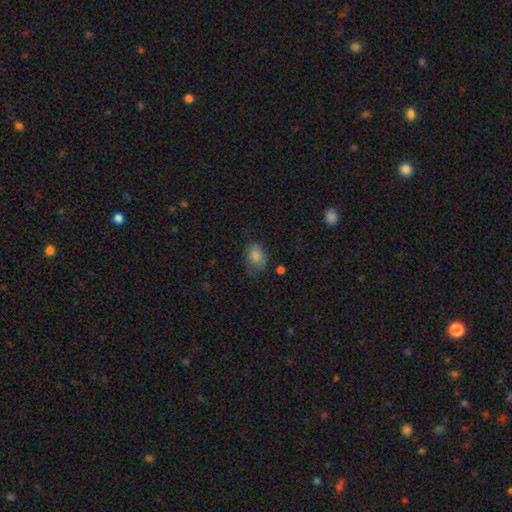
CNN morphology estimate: This appears to be a smooth galaxy with no disk features (79%) that is in between round and cigar-shaped (61%). Merging: none (67%).